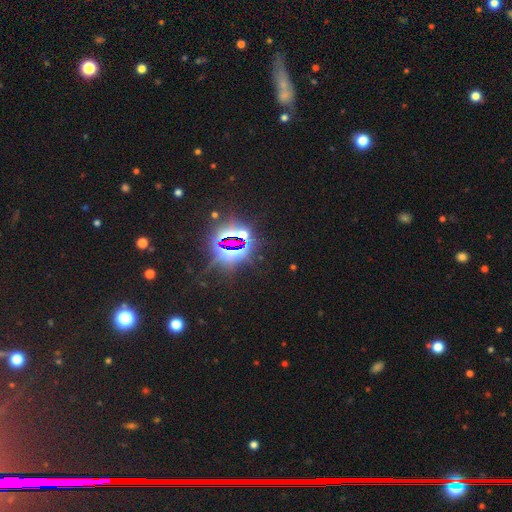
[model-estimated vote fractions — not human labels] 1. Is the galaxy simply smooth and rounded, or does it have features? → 81% star or artifact, 10% smooth, 9% featured or disk.